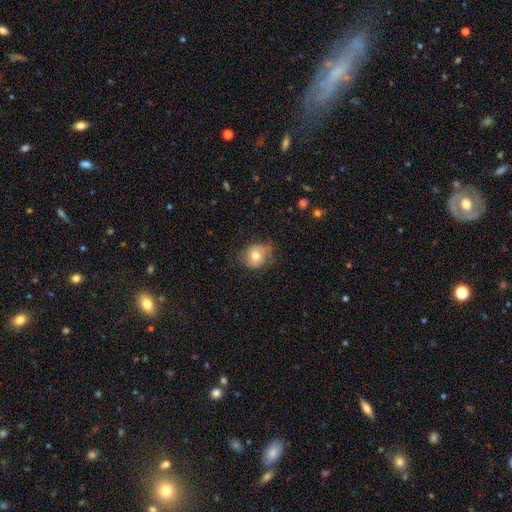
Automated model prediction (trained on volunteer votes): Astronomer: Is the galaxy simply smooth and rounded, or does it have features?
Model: smooth — 66%.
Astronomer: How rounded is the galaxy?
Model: round — 62% (runner-up: in between, 37%).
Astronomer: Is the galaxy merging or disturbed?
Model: none — 60%.